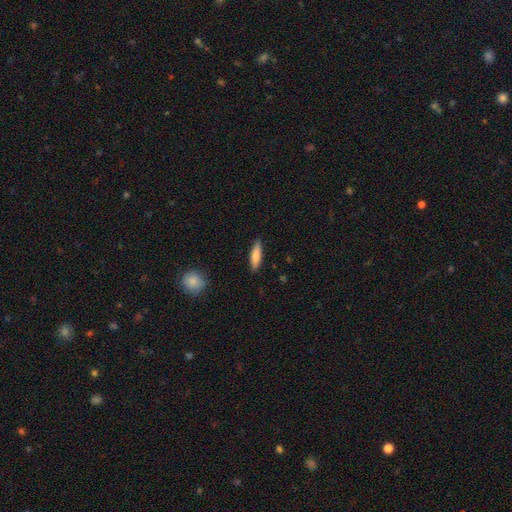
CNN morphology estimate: Smooth or featured? smooth (79%)
How rounded? cigar-shaped (65%)
Merging? none (87%)